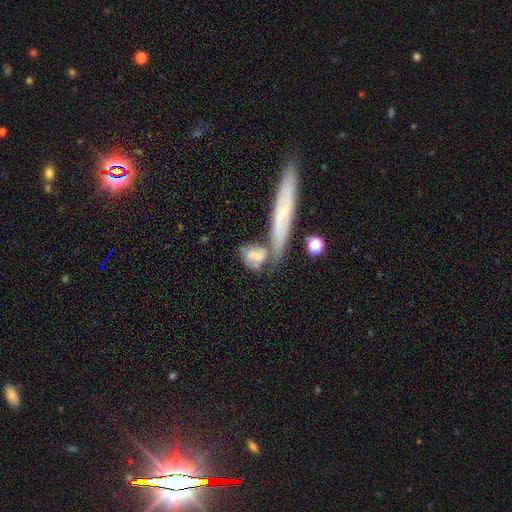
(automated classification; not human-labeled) smooth_or_featured: smooth (p=0.53) [alt: featured or disk p=0.38]
how_rounded: in between (p=0.42) [alt: round p=0.34]
merging: none (p=0.38) [alt: merger p=0.37]